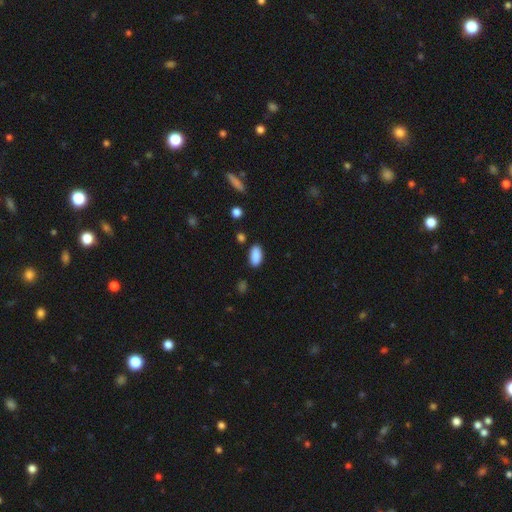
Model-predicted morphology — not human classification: Smooth or featured?
  - smooth: 89% *
  - star or artifact: 7%
  - featured or disk: 3%
How rounded?
  - in between: 92% *
  - cigar-shaped: 5%
  - round: 3%
Merging?
  - none: 84% *
  - minor disturbance: 11%
  - major disturbance: 3%
  - merger: 2%